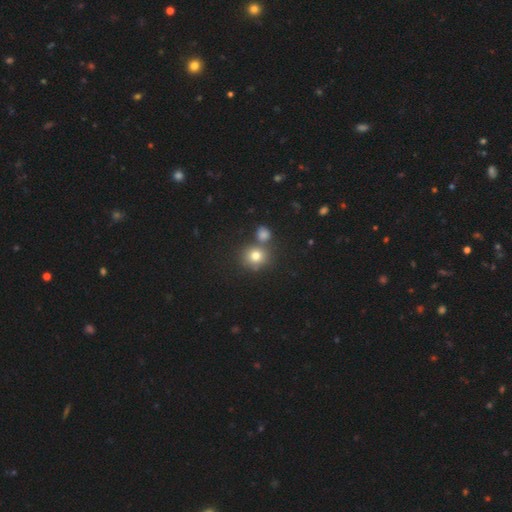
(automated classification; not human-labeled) Overall: smooth (76%). How rounded: round (86%). Merging: none (65%).